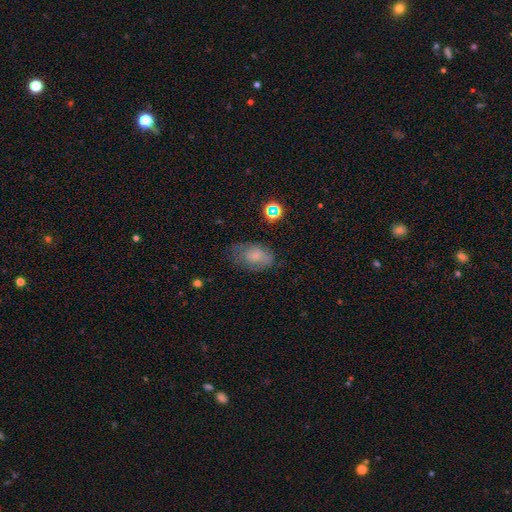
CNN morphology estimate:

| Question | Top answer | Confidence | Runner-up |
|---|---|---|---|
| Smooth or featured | smooth | 60% | featured or disk (28%) |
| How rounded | in between | 83% | round (15%) |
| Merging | none | 53% | minor disturbance (29%) |